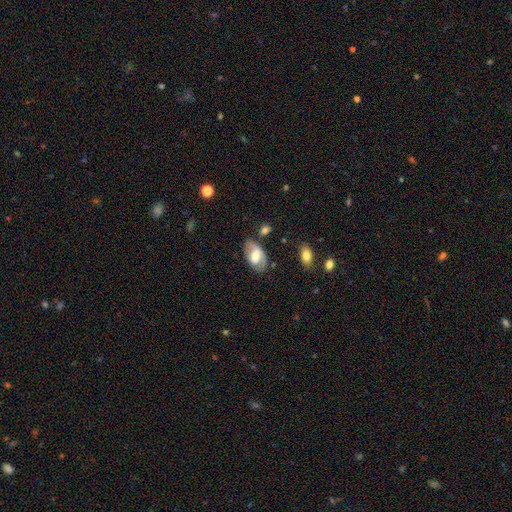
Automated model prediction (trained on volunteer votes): Morphology: type=smooth (49%); merging=none (65%).